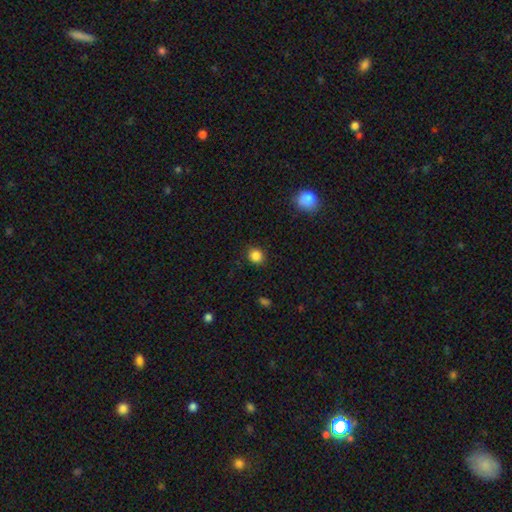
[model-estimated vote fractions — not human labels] Smooth or featured?
  - smooth: 86% *
  - star or artifact: 11%
  - featured or disk: 3%
How rounded?
  - round: 81% *
  - in between: 18%
  - cigar-shaped: 1%
Merging?
  - none: 88% *
  - minor disturbance: 8%
  - major disturbance: 2%
  - merger: 1%